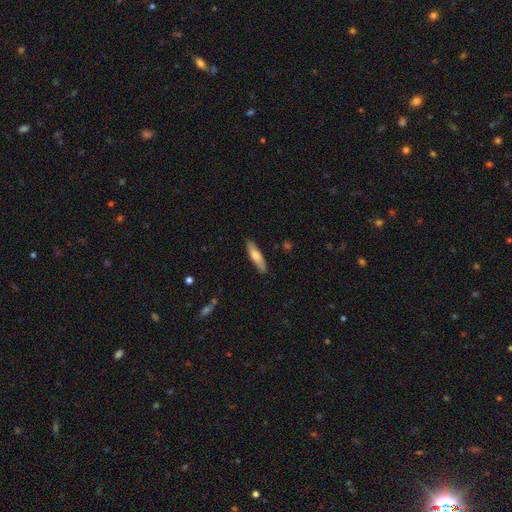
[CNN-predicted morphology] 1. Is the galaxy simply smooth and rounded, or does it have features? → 71% smooth, 23% featured or disk, 5% star or artifact.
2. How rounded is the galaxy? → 73% cigar-shaped, 26% in between, 2% round.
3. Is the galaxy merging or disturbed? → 85% none, 12% minor disturbance, 2% major disturbance, 1% merger.